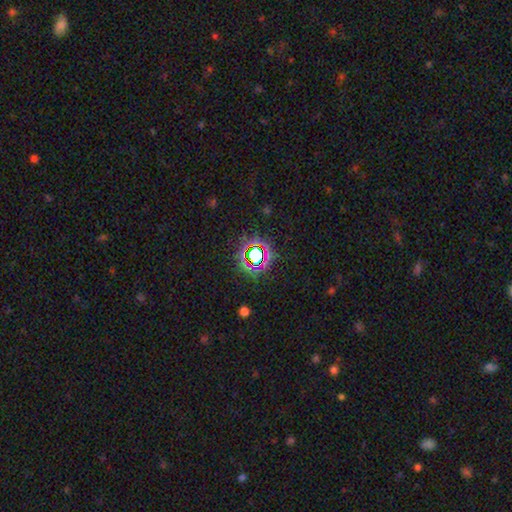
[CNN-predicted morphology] smooth-or-featured: star or artifact: 71% | smooth: 19% | featured or disk: 10%